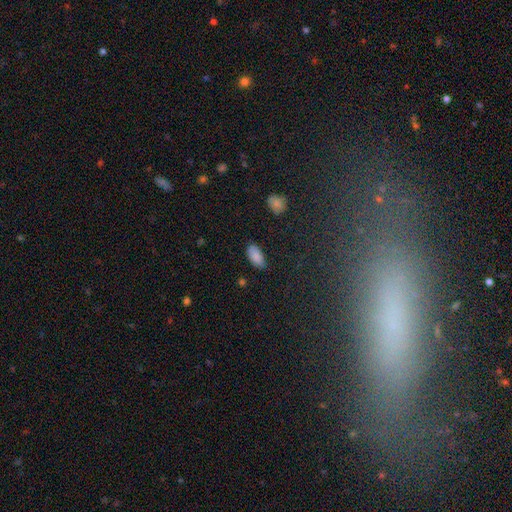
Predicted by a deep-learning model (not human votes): A smooth galaxy with no disk features (86%) that is in between round and cigar-shaped (93%). Merging: none (79%).